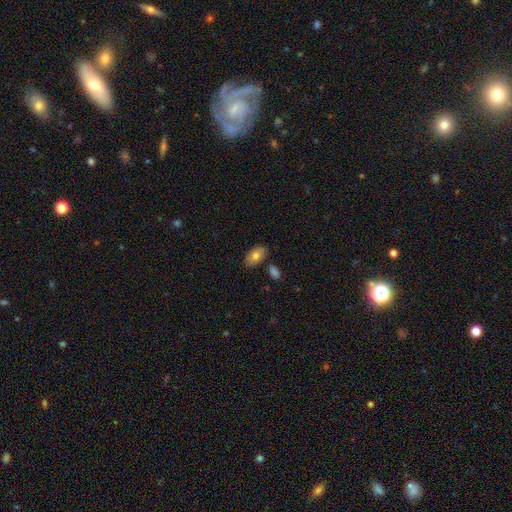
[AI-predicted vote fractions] Smooth or featured: smooth — 76% (featured or disk — 17%)
How rounded: in between — 93% (round — 5%)
Merging: none — 80% (minor disturbance — 12%)